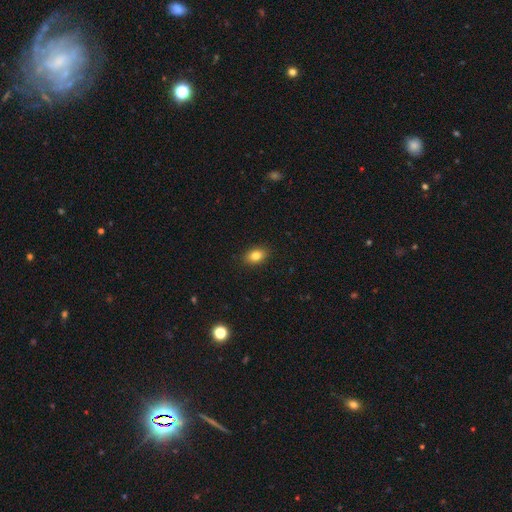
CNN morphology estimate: type=smooth (82%); roundness=in between (82%); merging=none (90%).